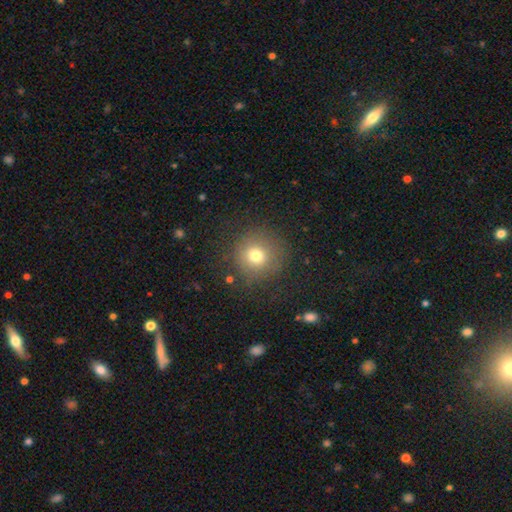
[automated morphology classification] This appears to be a smooth galaxy with no disk features (73%) that is round (93%). Merging: none (81%).